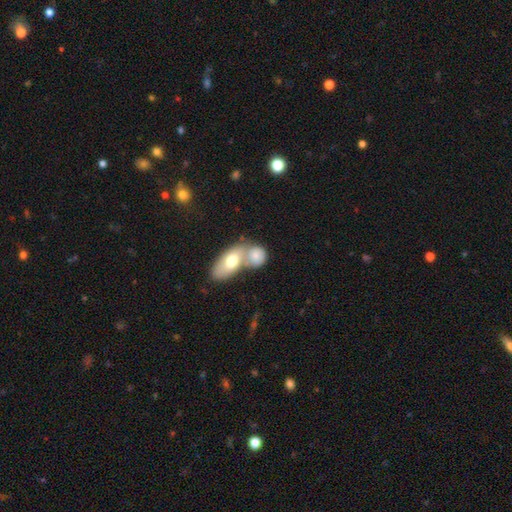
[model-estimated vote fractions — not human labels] The model was most divided on "how rounded": in between: 60%, round: 35%, cigar-shaped: 4%. More confident: smooth or featured — smooth (75%); merging — merger (64%).